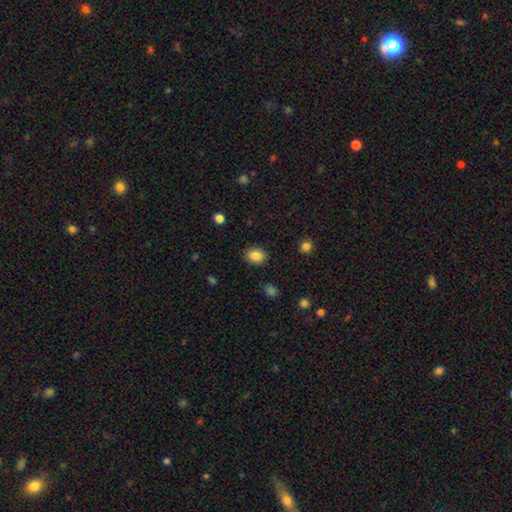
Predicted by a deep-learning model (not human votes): smooth-or-featured: smooth: 86% | star or artifact: 9% | featured or disk: 5%
  how-rounded: in between: 53% | round: 46% | cigar-shaped: 1%
  merging: none: 88% | minor disturbance: 8% | major disturbance: 2% | merger: 1%